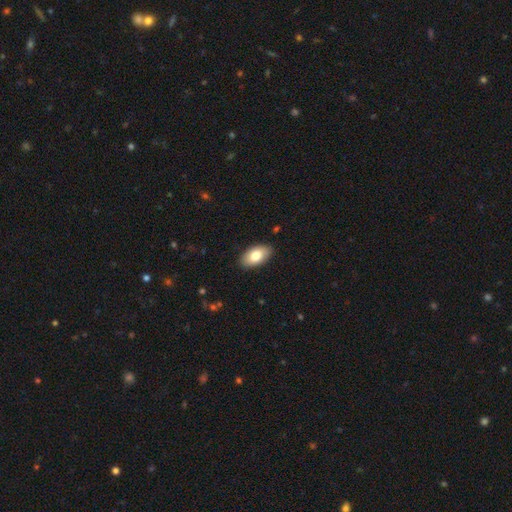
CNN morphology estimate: This is clearly a smooth galaxy (80%). How rounded: clearly in between (94%). Merging: clearly none (88%).